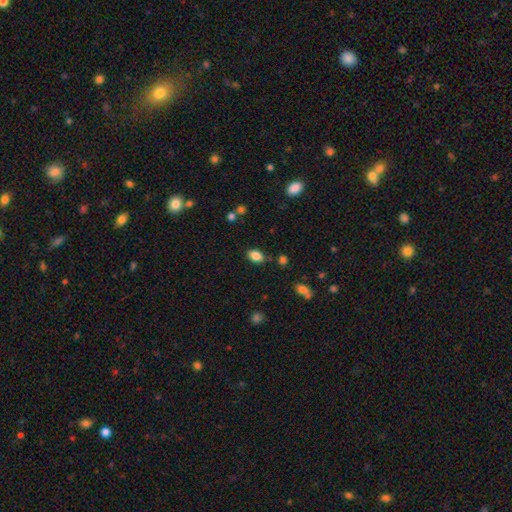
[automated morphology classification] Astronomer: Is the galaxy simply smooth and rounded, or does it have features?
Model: smooth — 85%.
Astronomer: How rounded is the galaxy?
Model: in between — 85%.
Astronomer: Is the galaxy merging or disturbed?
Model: none — 79%.